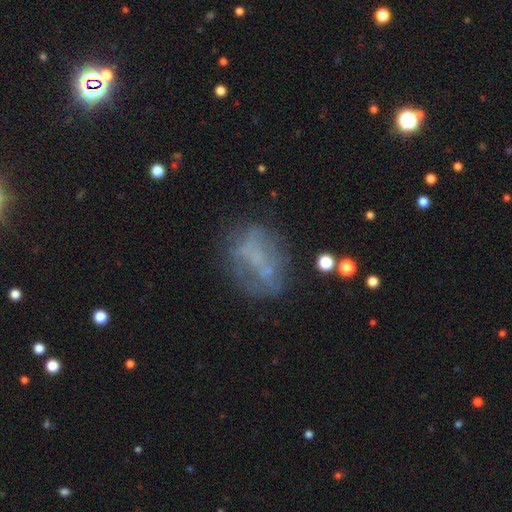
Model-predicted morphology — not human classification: smooth_or_featured: featured or disk (p=0.45) [alt: smooth p=0.37]
merging: none (p=0.58) [alt: minor disturbance p=0.20]